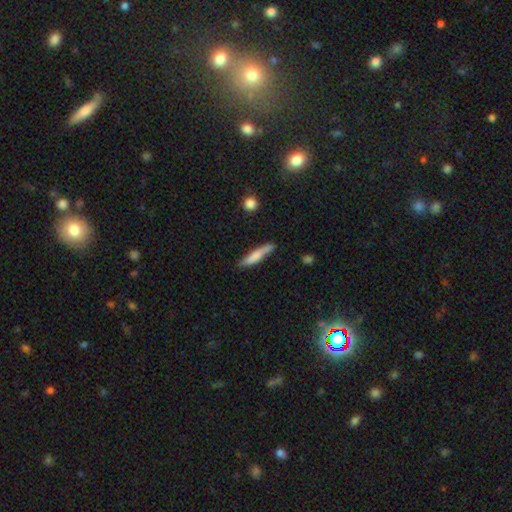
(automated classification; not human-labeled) This is likely a smooth galaxy (69%). How rounded: clearly cigar-shaped (87%). Merging: likely none (73%).